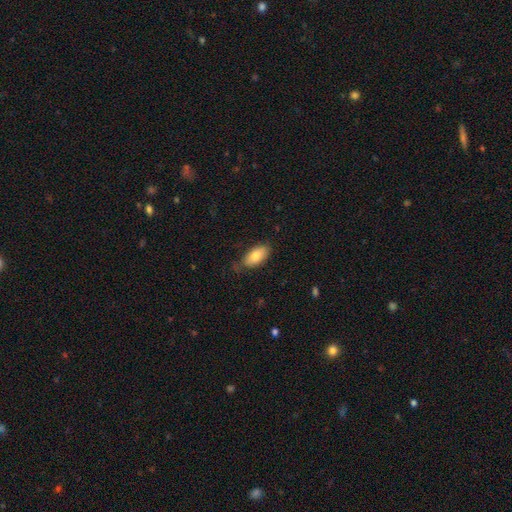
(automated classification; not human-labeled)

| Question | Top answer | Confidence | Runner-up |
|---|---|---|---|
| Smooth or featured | smooth | 81% | featured or disk (13%) |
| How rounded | in between | 91% | cigar-shaped (6%) |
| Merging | none | 71% | minor disturbance (23%) |